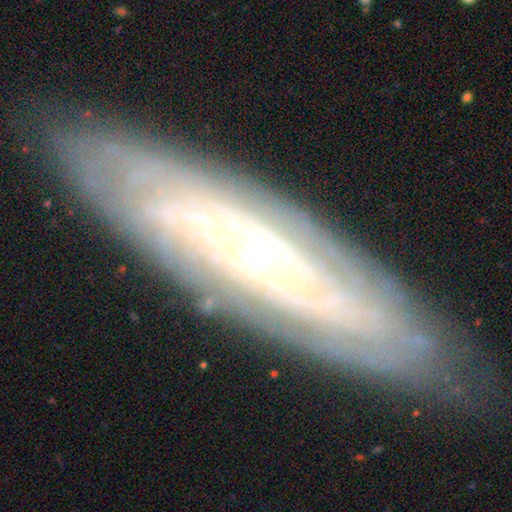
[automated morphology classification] smooth-or-featured: featured or disk: 82% | smooth: 12% | star or artifact: 6%
  disk-edge-on: no: 73% | yes: 27%
    bar: no: 74% | weak: 19% | strong: 7%
    has-spiral-arms: yes: 88% | no: 12%
      spiral-winding: tight: 77% | medium: 18% | loose: 5%
      spiral-arm-count: can't tell: 58% | 2: 13% | more than 4: 9% | 3: 8% | 4: 8% | 1: 5%
    bulge-size: small: 52% | moderate: 41% | large: 4% | none: 1% | dominant: 1%
  merging: none: 82% | minor disturbance: 13% | major disturbance: 4% | merger: 1%